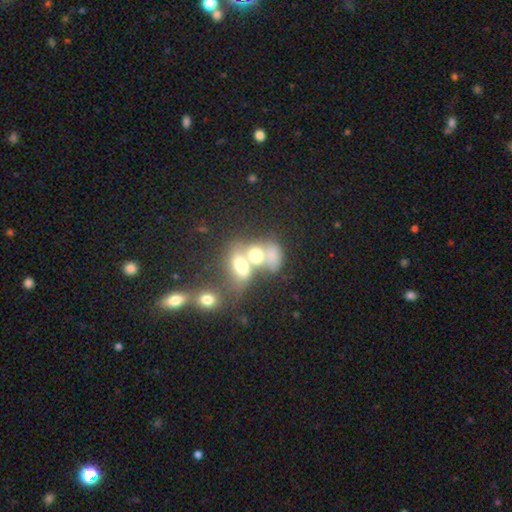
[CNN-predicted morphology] Overall: smooth (59%; featured or disk 27%). How rounded: in between (72%). Merging: merger (67%).